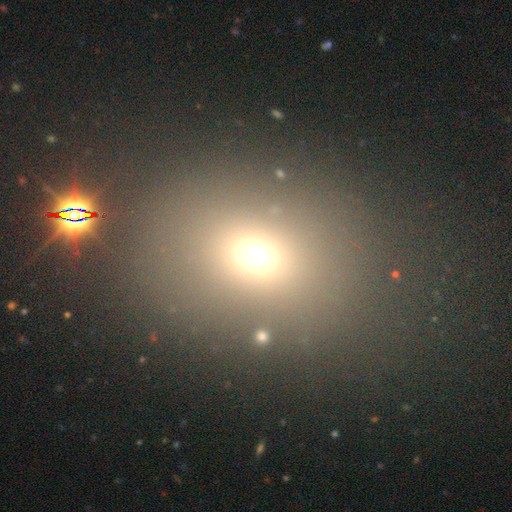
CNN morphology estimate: A smooth galaxy with no disk features (66%) that is in between round and cigar-shaped (51%).

Vote fractions:
- Smooth or featured? smooth: 66% / star or artifact: 22% / featured or disk: 12%
- How rounded? in between: 51% / round: 47% / cigar-shaped: 2%
- Merging? none: 75% / minor disturbance: 11% / major disturbance: 7% / merger: 7%